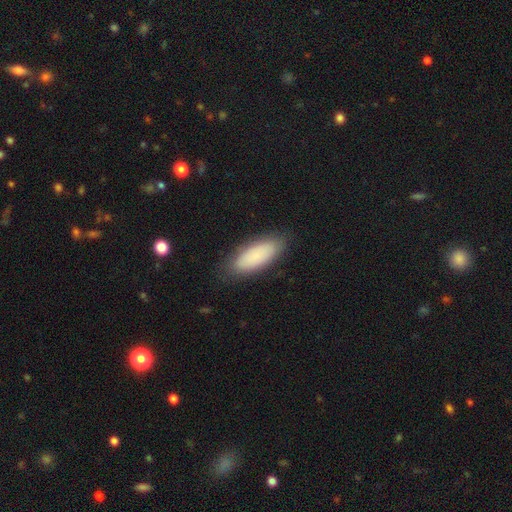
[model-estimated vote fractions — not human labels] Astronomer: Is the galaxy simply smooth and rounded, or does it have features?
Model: smooth — 84%.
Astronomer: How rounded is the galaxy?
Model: in between — 77%.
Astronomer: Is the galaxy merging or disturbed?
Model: none — 84%.